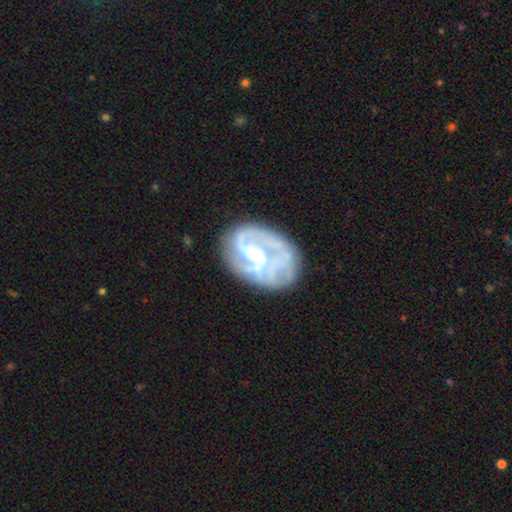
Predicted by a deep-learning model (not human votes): Overall: featured or disk (79%). Edge-on disk: no (98%). Bar: weak (47%; no 35%). Spiral arms: yes (84%). Spiral arm count: 2 (33%; can't tell 28%). Spiral winding: medium (40%; tight 35%). Bulge size: moderate (48%; small 30%). Merging: none (54%; minor disturbance 22%).